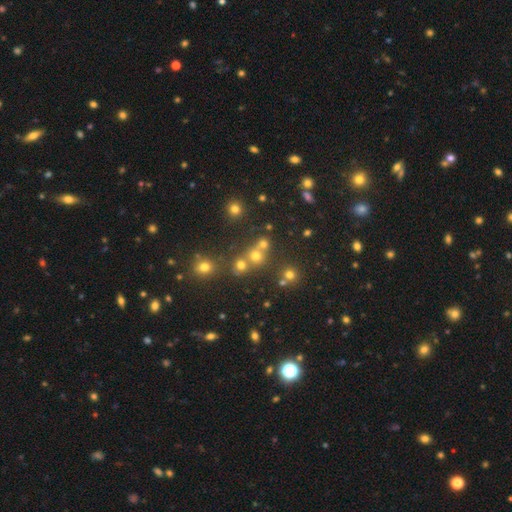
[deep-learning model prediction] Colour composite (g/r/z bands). It shows a smooth galaxy with no disk features (48%). Merging: none (63%).